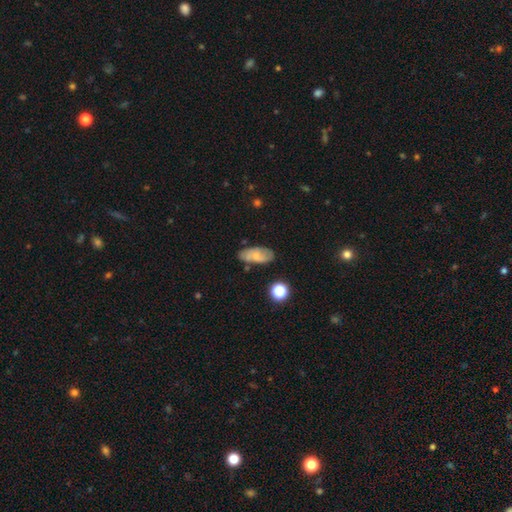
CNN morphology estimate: smooth-or-featured: smooth: 54% | featured or disk: 37% | star or artifact: 9%
  how-rounded: in between: 88% | cigar-shaped: 7% | round: 5%
  merging: none: 68% | minor disturbance: 21% | major disturbance: 6% | merger: 5%